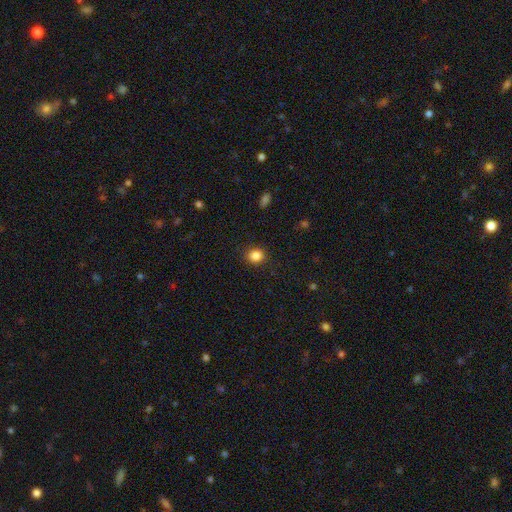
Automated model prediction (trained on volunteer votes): This is clearly a smooth galaxy (86%). How rounded: likely round (74%). Merging: clearly none (89%).